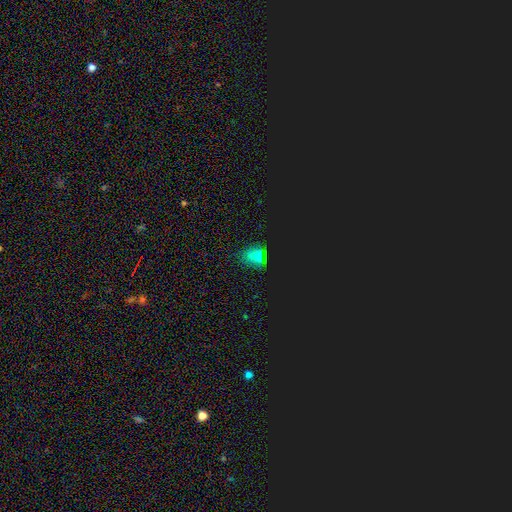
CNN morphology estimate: A star or artifact, not a galaxy (59%).

Vote fractions:
- Smooth or featured? star or artifact: 59% / smooth: 34% / featured or disk: 7%